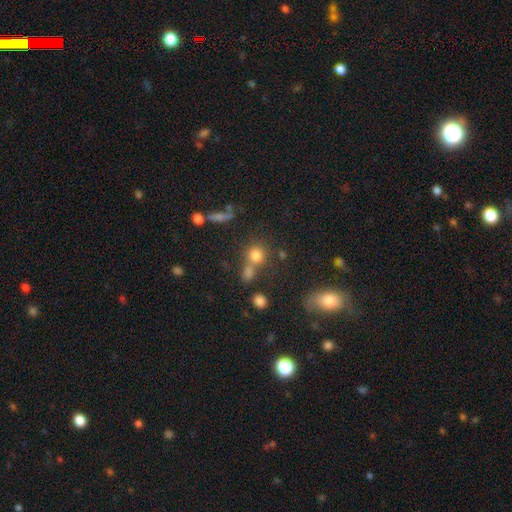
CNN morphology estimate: This appears to be a smooth galaxy with no disk features (76%) that is round (83%). Merging: none (52%).